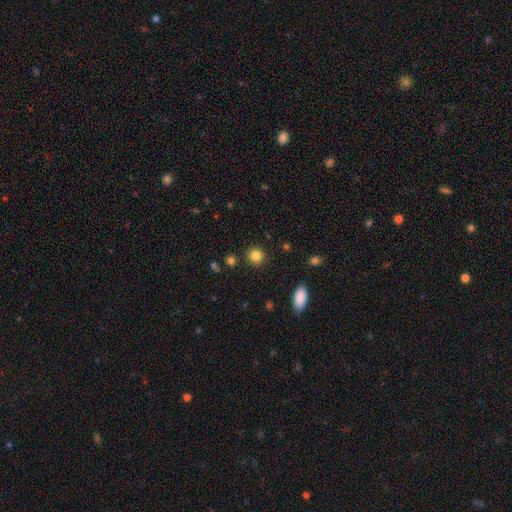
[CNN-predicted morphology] Q: Smooth or featured?
A: smooth (84%); runner-up: star or artifact (11%)
Q: How rounded?
A: round (91%); runner-up: in between (8%)
Q: Merging?
A: none (90%); runner-up: minor disturbance (6%)